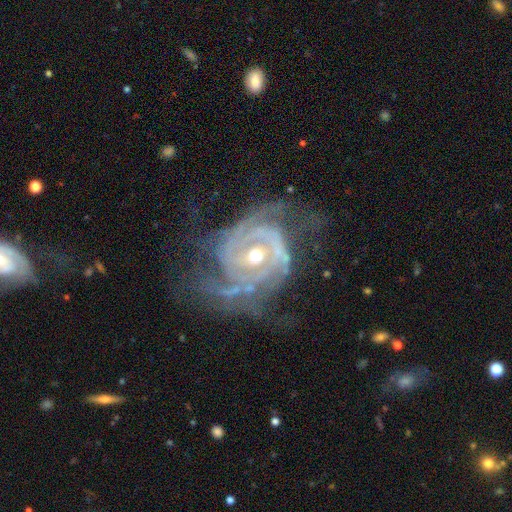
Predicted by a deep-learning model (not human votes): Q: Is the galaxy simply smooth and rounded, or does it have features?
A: featured or disk — 91%.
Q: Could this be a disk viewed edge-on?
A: no — 97%.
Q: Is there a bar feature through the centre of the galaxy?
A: no — 55%.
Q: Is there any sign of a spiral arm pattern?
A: yes — 97%.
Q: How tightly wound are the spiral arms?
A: tight — 63%.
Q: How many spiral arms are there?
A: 3 — 29%.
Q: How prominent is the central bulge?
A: moderate — 56%.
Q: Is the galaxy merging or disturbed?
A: none — 57%.